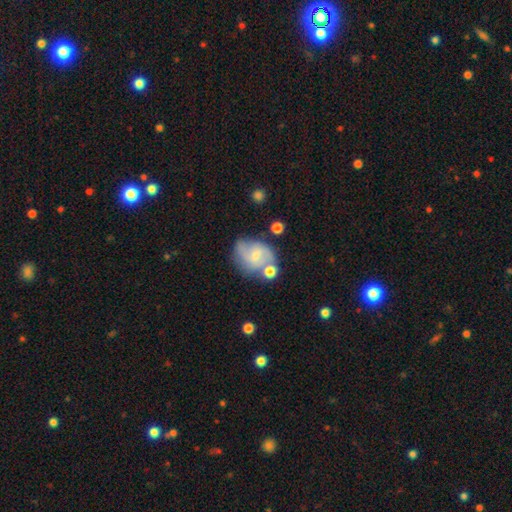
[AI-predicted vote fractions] A featured or disk galaxy (56%) with a weak bar (49%), spiral arms (82%) and a small central bulge (62%).

Vote fractions:
- Smooth or featured? featured or disk: 56% / smooth: 35% / star or artifact: 9%
- Edge-on disk? no: 97% / yes: 3%
- Bar? weak: 49% / no: 41% / strong: 10%
- Spiral arms? yes: 82% / no: 18%
- Bulge size? small: 62% / moderate: 27% / none: 9% / large: 2% / dominant: 1%
- Merging? none: 51% / minor disturbance: 23% / merger: 16% / major disturbance: 11%